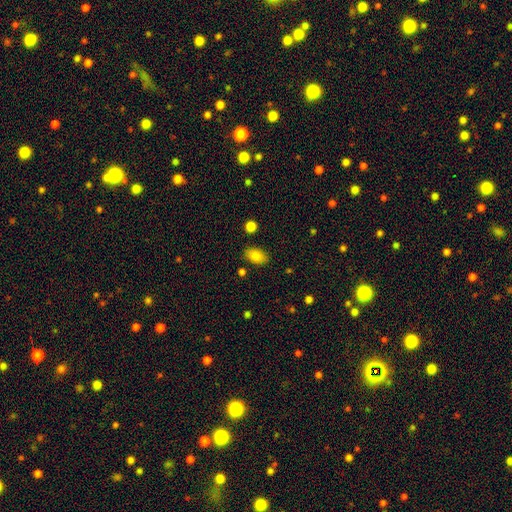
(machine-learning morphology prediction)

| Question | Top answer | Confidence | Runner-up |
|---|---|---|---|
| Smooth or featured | smooth | 85% | star or artifact (9%) |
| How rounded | in between | 89% | round (9%) |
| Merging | none | 84% | minor disturbance (11%) |